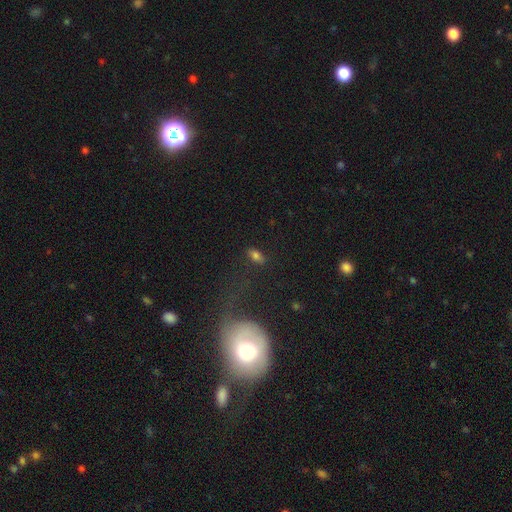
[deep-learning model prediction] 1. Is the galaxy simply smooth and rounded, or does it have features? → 74% smooth, 15% star or artifact, 11% featured or disk.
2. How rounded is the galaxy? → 85% in between, 8% cigar-shaped, 7% round.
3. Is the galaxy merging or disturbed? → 83% none, 11% minor disturbance, 4% major disturbance, 2% merger.